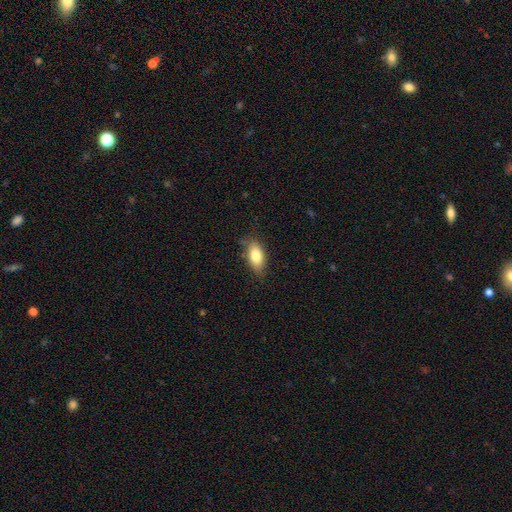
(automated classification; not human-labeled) A smooth galaxy with no disk features (80%) that is in between round and cigar-shaped (86%).

Vote fractions:
- Smooth or featured? smooth: 80% / featured or disk: 13% / star or artifact: 7%
- How rounded? in between: 86% / cigar-shaped: 10% / round: 4%
- Merging? none: 75% / minor disturbance: 20% / major disturbance: 4% / merger: 1%